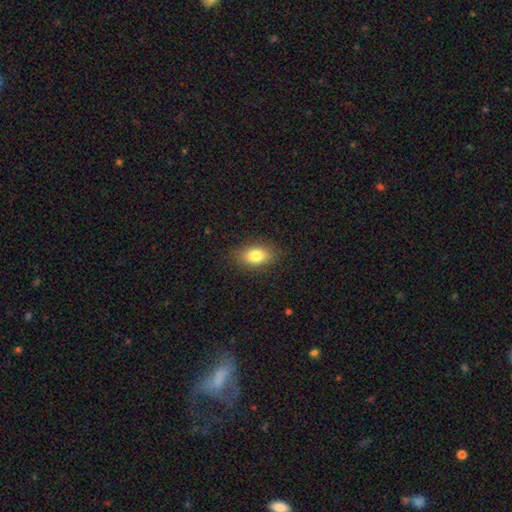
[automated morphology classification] Smooth or featured? Predicted: smooth (p=0.82). How rounded? Predicted: in between (p=0.84). Merging? Predicted: none (p=0.84).